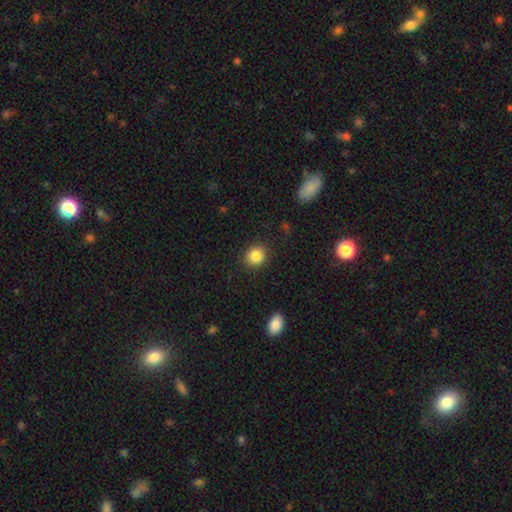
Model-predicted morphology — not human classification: The model was most divided on "how rounded": round: 79%, in between: 20%, cigar-shaped: 1%. More confident: merging — none (88%); smooth or featured — smooth (86%).